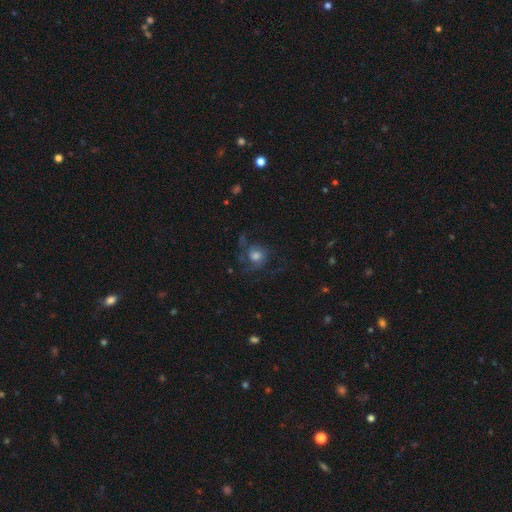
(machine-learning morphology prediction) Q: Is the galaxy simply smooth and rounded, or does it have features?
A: featured or disk — 47%.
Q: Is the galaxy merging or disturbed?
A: none — 53%.